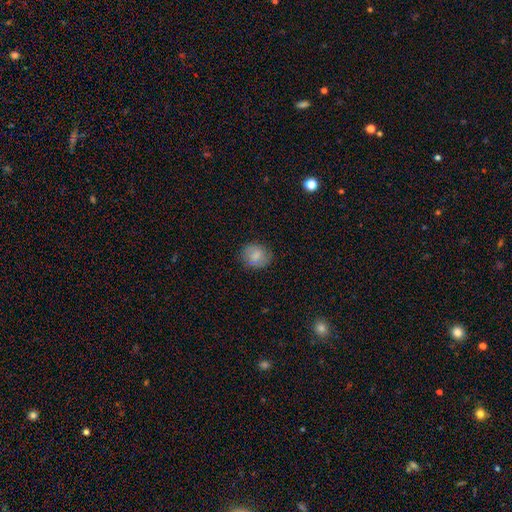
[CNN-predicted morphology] The model was most divided on "how rounded": round: 67%, in between: 32%, cigar-shaped: 1%. More confident: merging — none (79%); smooth or featured — smooth (78%).